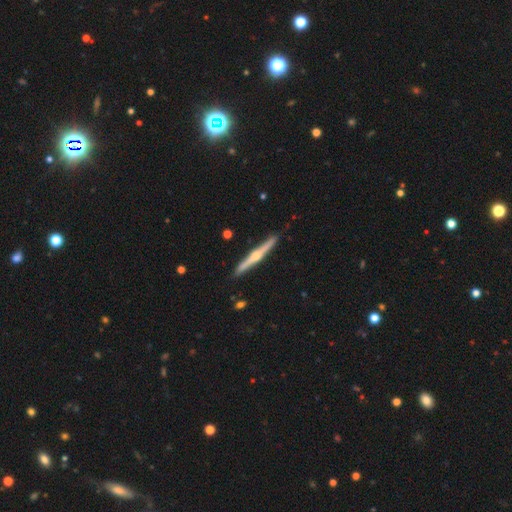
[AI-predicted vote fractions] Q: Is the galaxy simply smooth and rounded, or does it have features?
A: featured or disk — 72%.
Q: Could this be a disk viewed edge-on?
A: yes — 97%.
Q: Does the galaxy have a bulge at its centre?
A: rounded — 81%.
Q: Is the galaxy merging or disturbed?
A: none — 88%.